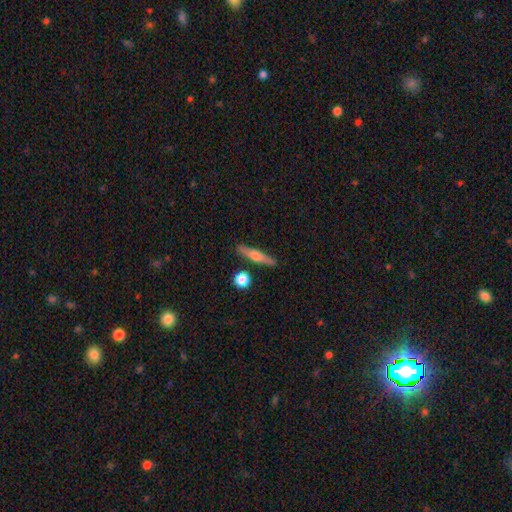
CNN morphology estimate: This is possibly a featured or disk galaxy (47%). Merging: clearly none (84%).